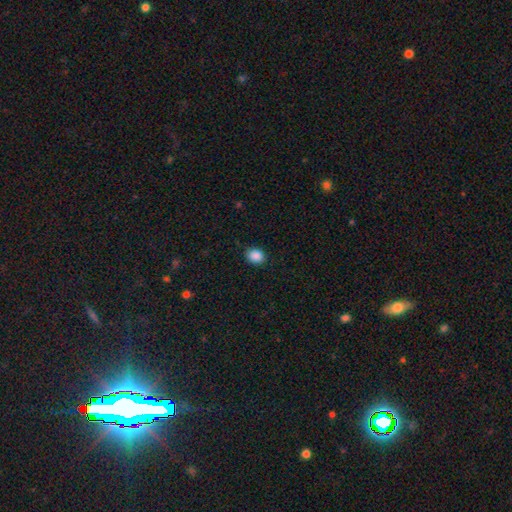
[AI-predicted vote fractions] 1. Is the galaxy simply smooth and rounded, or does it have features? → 88% smooth, 9% star or artifact, 3% featured or disk.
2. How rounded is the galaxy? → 51% round, 48% in between, 1% cigar-shaped.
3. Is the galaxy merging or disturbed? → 87% none, 10% minor disturbance, 2% major disturbance, 1% merger.